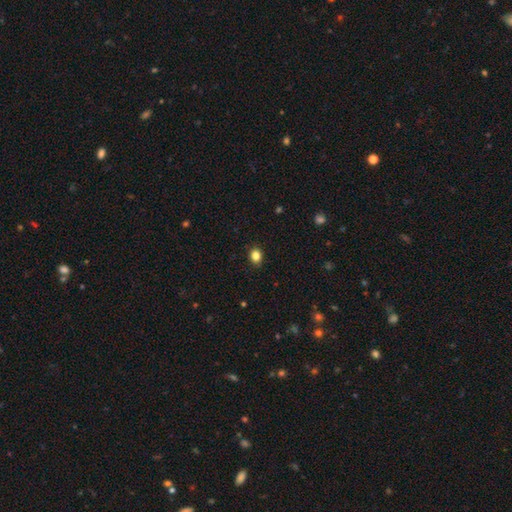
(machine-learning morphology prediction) Smooth or featured?
  - smooth: 85% *
  - star or artifact: 11%
  - featured or disk: 4%
How rounded?
  - round: 52% *
  - in between: 47%
  - cigar-shaped: 1%
Merging?
  - none: 89% *
  - minor disturbance: 8%
  - major disturbance: 2%
  - merger: 1%